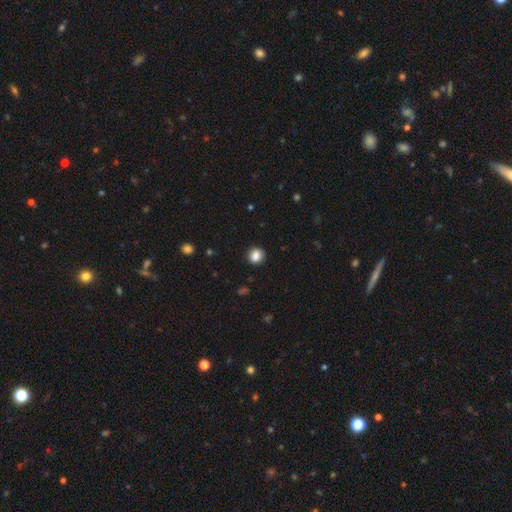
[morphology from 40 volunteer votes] type=smooth (90%); roundness=round (64%); merging=none (94%).